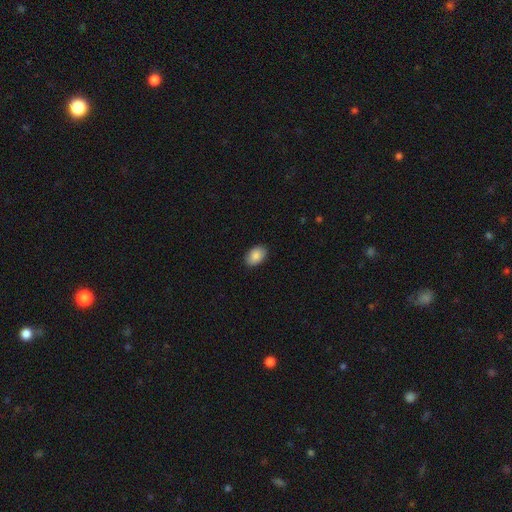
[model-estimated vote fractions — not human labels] Smooth or featured?
  - smooth: 89% *
  - star or artifact: 7%
  - featured or disk: 4%
How rounded?
  - in between: 88% *
  - round: 11%
  - cigar-shaped: 1%
Merging?
  - none: 90% *
  - minor disturbance: 7%
  - major disturbance: 2%
  - merger: 1%